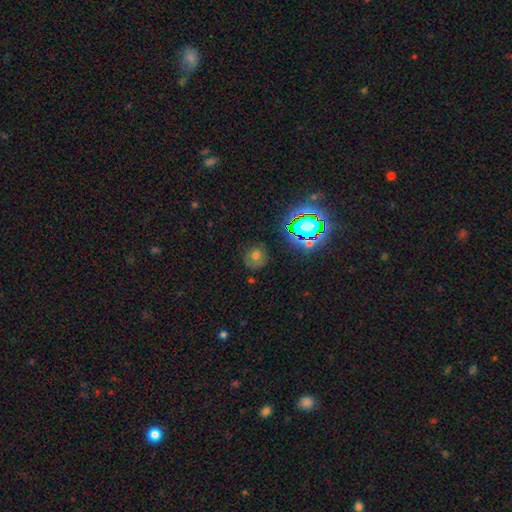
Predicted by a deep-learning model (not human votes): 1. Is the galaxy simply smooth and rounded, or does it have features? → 59% smooth, 24% star or artifact, 17% featured or disk.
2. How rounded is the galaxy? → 85% round, 14% in between, 1% cigar-shaped.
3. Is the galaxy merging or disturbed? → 76% none, 16% minor disturbance, 6% major disturbance, 2% merger.